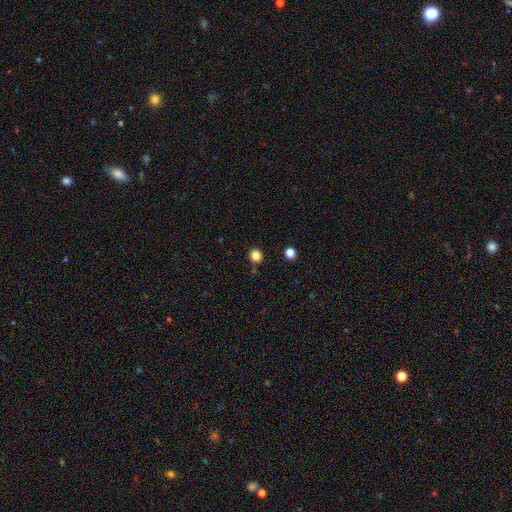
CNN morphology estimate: Q: Smooth or featured?
A: smooth (84%); runner-up: star or artifact (12%)
Q: How rounded?
A: round (88%); runner-up: in between (11%)
Q: Merging?
A: none (85%); runner-up: minor disturbance (9%)